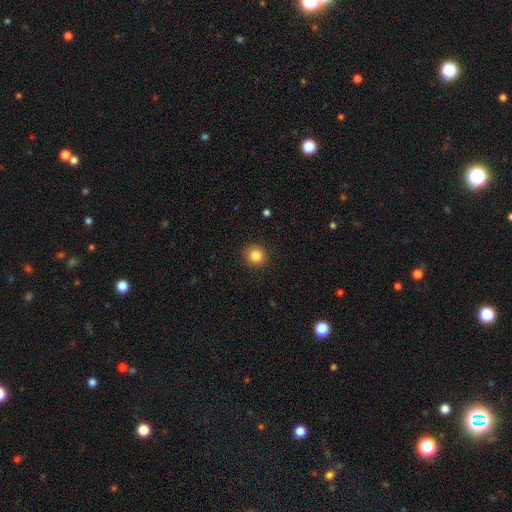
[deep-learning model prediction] smooth-or-featured: smooth: 85% | star or artifact: 11% | featured or disk: 5%
  how-rounded: round: 92% | in between: 7% | cigar-shaped: 1%
  merging: none: 91% | minor disturbance: 6% | major disturbance: 2% | merger: 1%